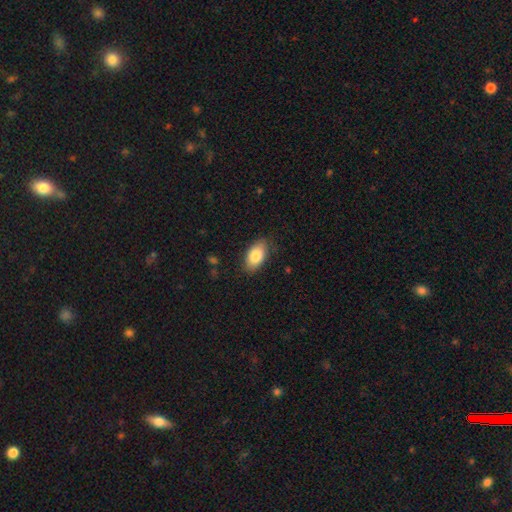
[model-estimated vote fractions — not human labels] The model was most divided on "merging": none: 81%, minor disturbance: 15%, major disturbance: 3%, merger: 1%. More confident: how rounded — in between (93%); smooth or featured — smooth (84%).